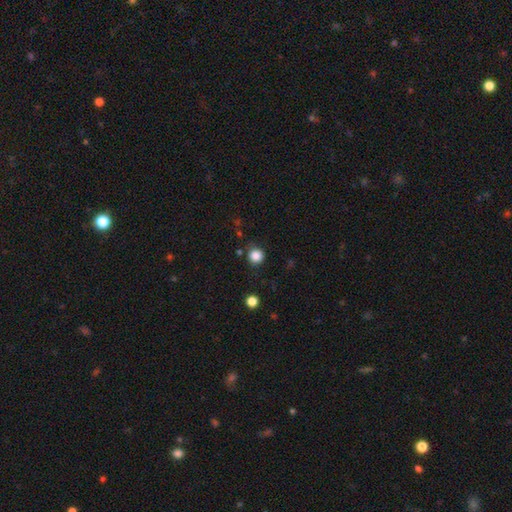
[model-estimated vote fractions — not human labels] Overall: smooth (85%). How rounded: round (93%). Merging: none (85%).